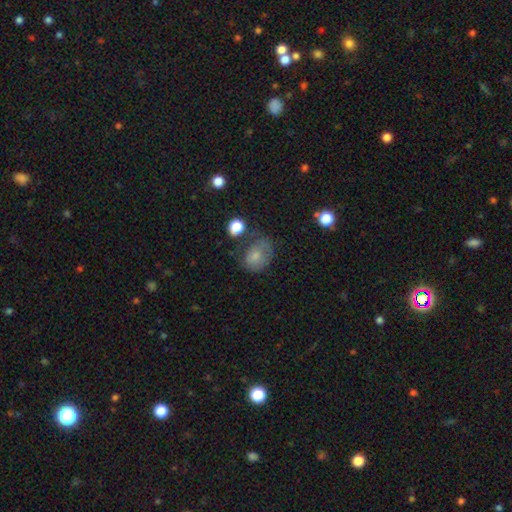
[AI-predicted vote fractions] A smooth galaxy with no disk features (69%) that is in between round and cigar-shaped (62%).

Vote fractions:
- Smooth or featured? smooth: 69% / featured or disk: 21% / star or artifact: 10%
- How rounded? in between: 62% / round: 37% / cigar-shaped: 1%
- Merging? none: 45% / minor disturbance: 31% / major disturbance: 19% / merger: 5%